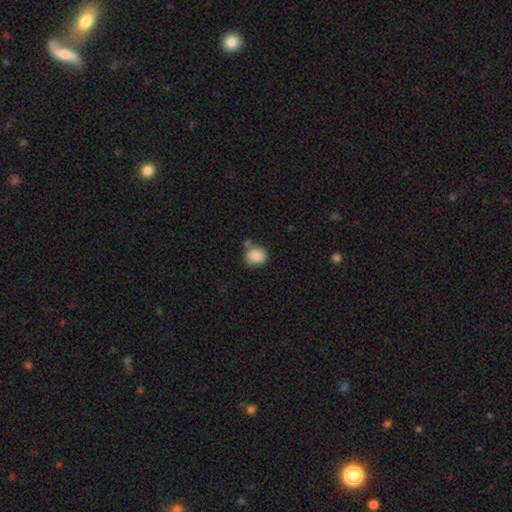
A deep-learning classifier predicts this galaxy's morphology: smooth-or-featured: smooth: 86% | star or artifact: 8% | featured or disk: 6%
  how-rounded: round: 77% | in between: 22% | cigar-shaped: 1%
  merging: none: 61% | minor disturbance: 17% | merger: 17% | major disturbance: 5%